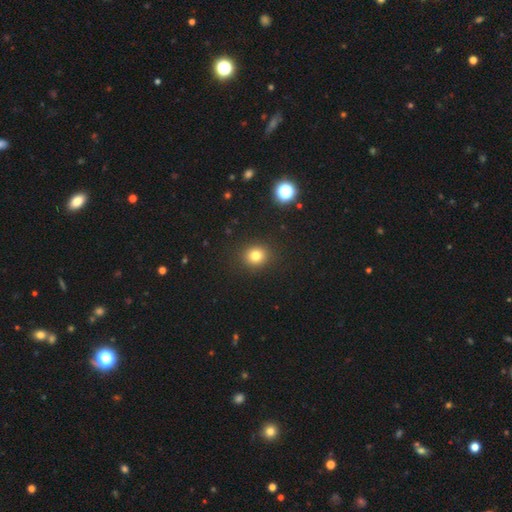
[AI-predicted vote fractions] smooth_or_featured: smooth (p=0.79) [alt: star or artifact p=0.14]
how_rounded: round (p=0.80) [alt: in between p=0.19]
merging: none (p=0.90) [alt: minor disturbance p=0.06]